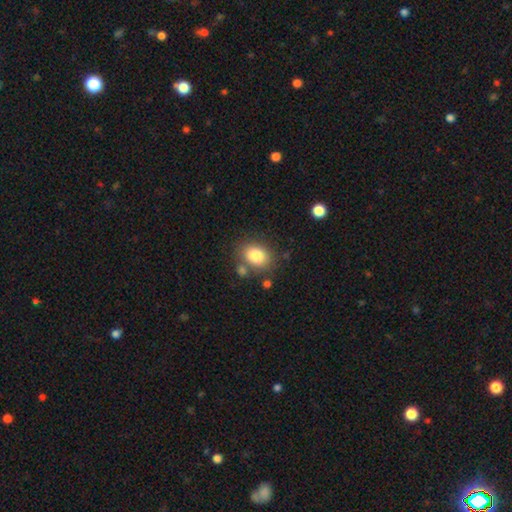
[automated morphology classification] type=smooth (83%); roundness=in between (68%); merging=none (72%).